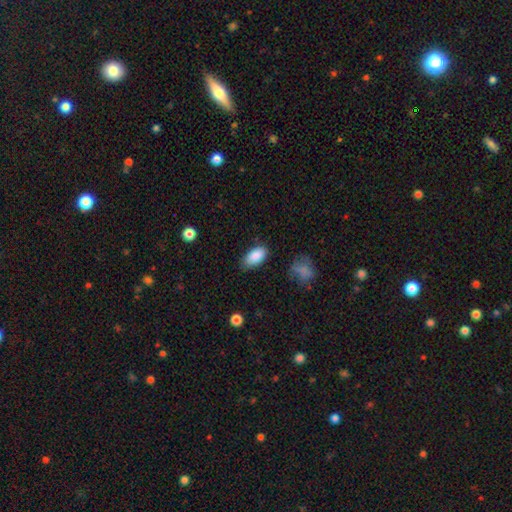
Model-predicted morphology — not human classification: This is clearly a smooth galaxy (88%). How rounded: clearly in between (94%). Merging: likely none (75%).